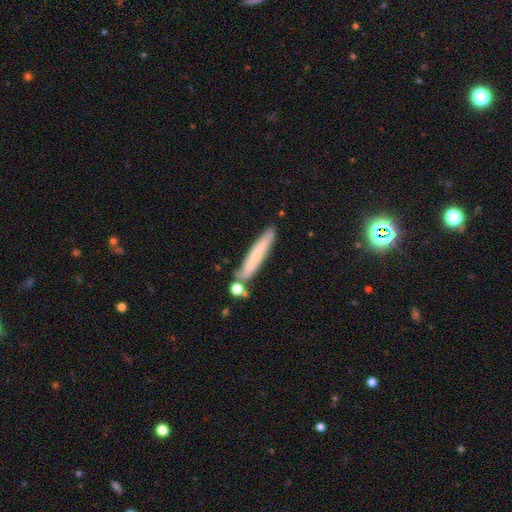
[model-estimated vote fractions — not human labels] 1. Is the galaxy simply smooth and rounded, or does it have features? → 58% smooth, 34% featured or disk, 8% star or artifact.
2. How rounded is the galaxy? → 93% cigar-shaped, 6% in between, 1% round.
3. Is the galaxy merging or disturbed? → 74% none, 14% minor disturbance, 9% merger, 3% major disturbance.